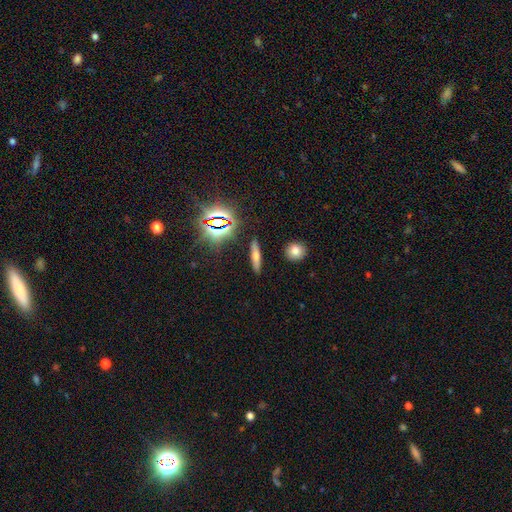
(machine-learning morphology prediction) This appears to be a smooth galaxy with no disk features (49%). Merging: none (89%).